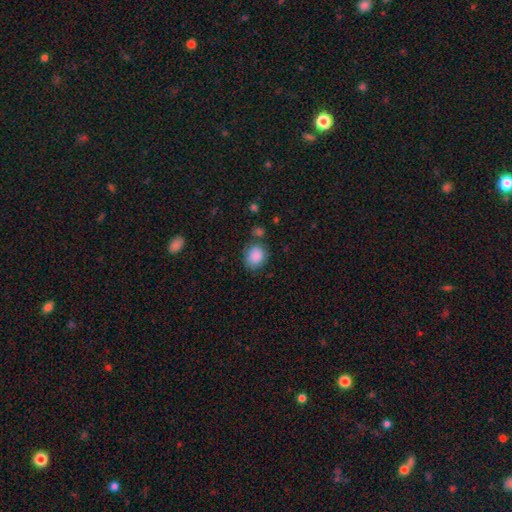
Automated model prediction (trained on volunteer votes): Morphology: type=smooth (88%); roundness=round (64%); merging=none (74%).